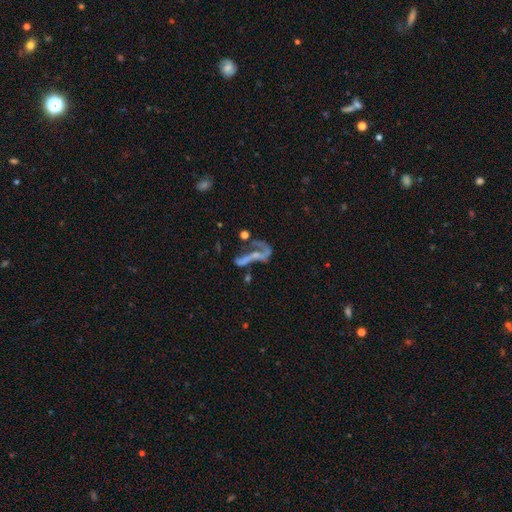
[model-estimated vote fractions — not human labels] The model was most divided on "merging": major disturbance: 39%, merger: 28%, none: 22%, minor disturbance: 11%. More confident: edge-on disk — no (88%); bar — no (69%); smooth or featured — featured or disk (62%); spiral arms — no (57%); bulge size — none (54%).